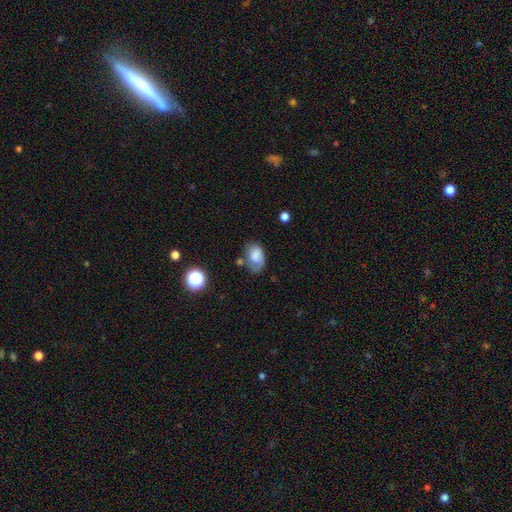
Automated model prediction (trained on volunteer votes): Morphology: type=smooth (73%); roundness=in between (85%); merging=none (45%).